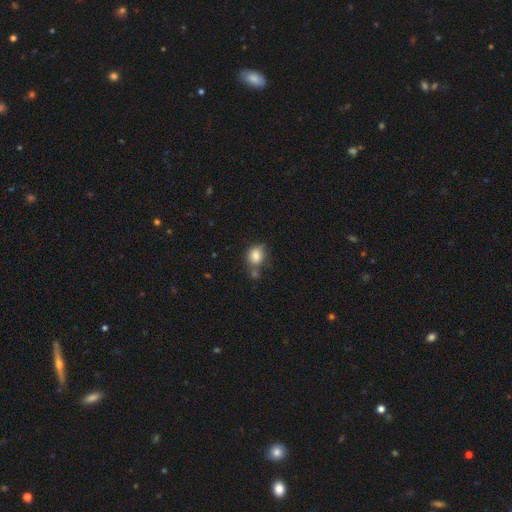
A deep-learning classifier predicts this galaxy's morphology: Smooth or featured? Predicted: smooth (p=0.83). How rounded? Predicted: round (p=0.57). Merging? Predicted: none (p=0.53).